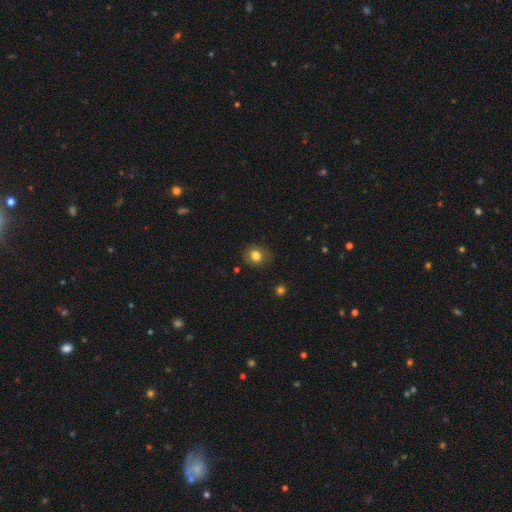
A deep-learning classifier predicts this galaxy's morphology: smooth 79%, star or artifact 11%, featured or disk 10%. Down the decision tree: how rounded — round (70%); merging — none (82%).